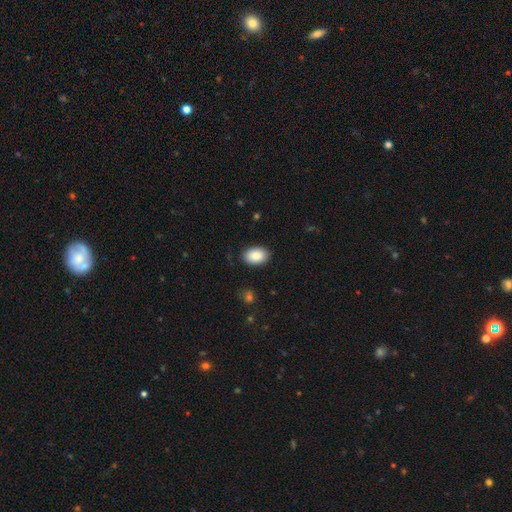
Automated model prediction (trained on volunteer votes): smooth_or_featured: smooth (p=0.90) [alt: star or artifact p=0.07]
how_rounded: in between (p=0.87) [alt: round p=0.12]
merging: none (p=0.87) [alt: minor disturbance p=0.10]